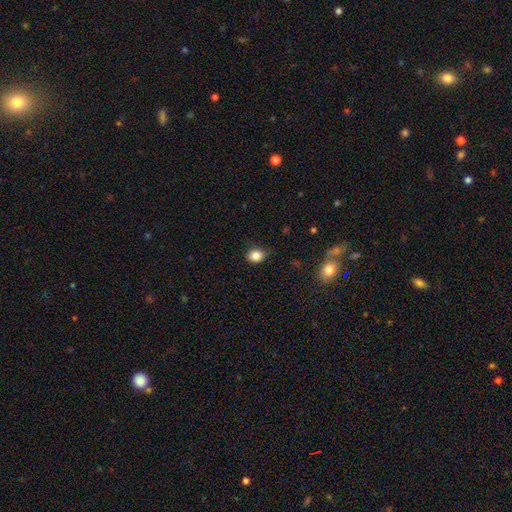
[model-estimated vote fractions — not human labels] The model was most divided on "how rounded": round: 59%, in between: 40%, cigar-shaped: 1%. More confident: smooth or featured — smooth (84%); merging — none (80%).